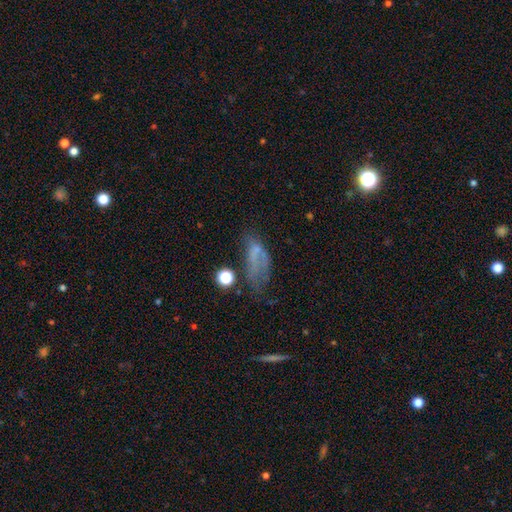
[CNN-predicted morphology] smooth-or-featured: smooth: 44% | featured or disk: 37% | star or artifact: 20%
  merging: major disturbance: 41% | none: 28% | minor disturbance: 24% | merger: 8%